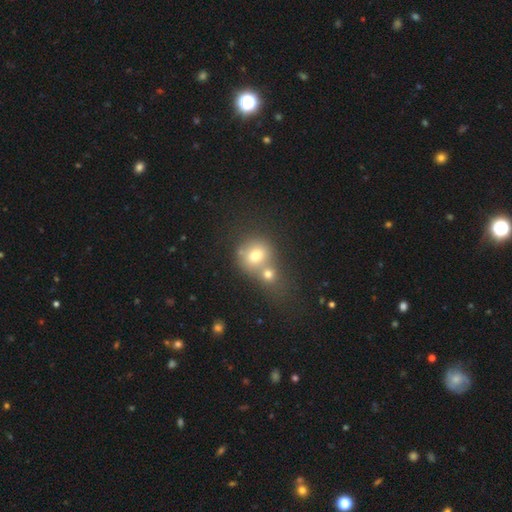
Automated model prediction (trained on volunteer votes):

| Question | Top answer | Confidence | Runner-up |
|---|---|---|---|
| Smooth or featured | smooth | 68% | featured or disk (18%) |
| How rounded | round | 80% | in between (18%) |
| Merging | merger | 56% | none (33%) |